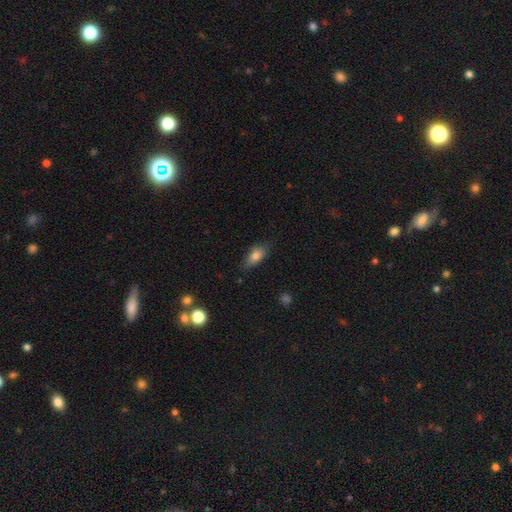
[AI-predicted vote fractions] This is likely a smooth galaxy (80%). How rounded: clearly in between (84%). Merging: likely none (73%).